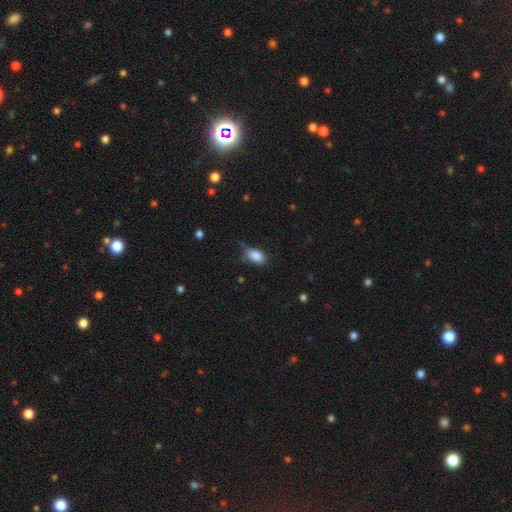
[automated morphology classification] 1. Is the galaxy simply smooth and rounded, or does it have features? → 83% smooth, 9% star or artifact, 8% featured or disk.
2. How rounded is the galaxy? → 85% in between, 11% round, 3% cigar-shaped.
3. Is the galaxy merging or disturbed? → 49% none, 35% minor disturbance, 13% major disturbance, 3% merger.